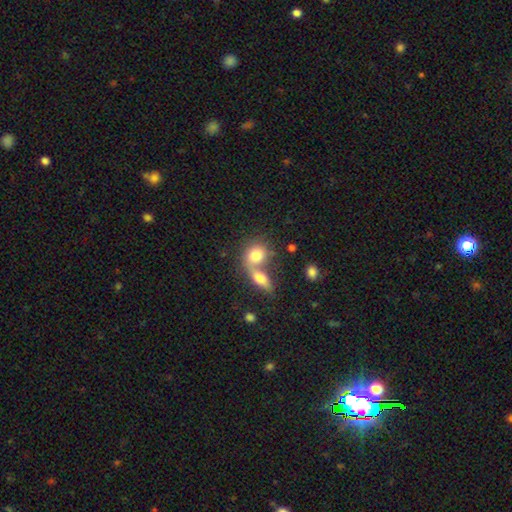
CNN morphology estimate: This appears to be a smooth galaxy with no disk features (77%) that is round (49%). Merging: merger (62%).